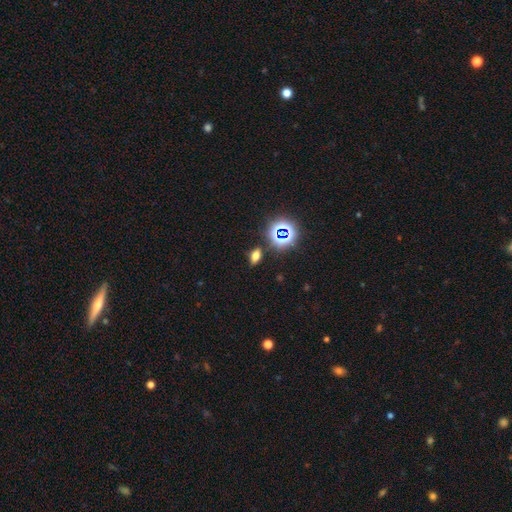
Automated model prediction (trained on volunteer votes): A smooth galaxy with no disk features (60%) that is in between round and cigar-shaped (78%). Merging: none (85%).